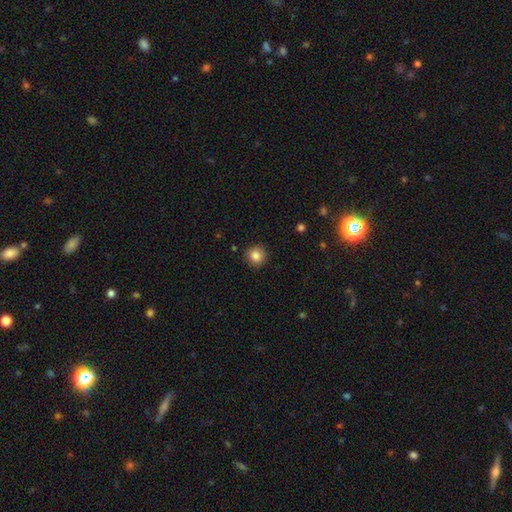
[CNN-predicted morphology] Smooth or featured? Predicted: smooth (p=0.85). How rounded? Predicted: round (p=0.93). Merging? Predicted: none (p=0.91).